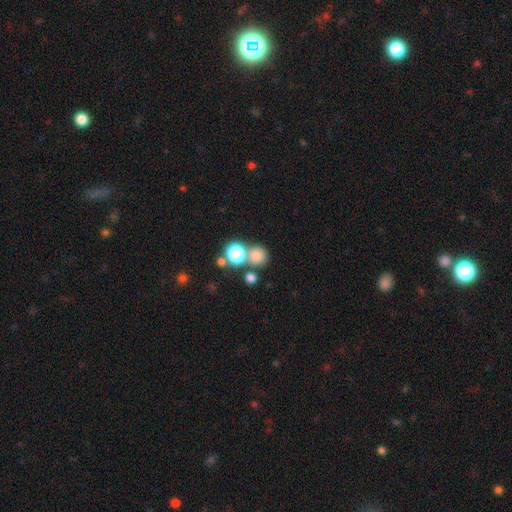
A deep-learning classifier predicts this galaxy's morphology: Smooth or featured? Predicted: smooth (p=0.74). How rounded? Predicted: round (p=0.88). Merging? Predicted: none (p=0.60).